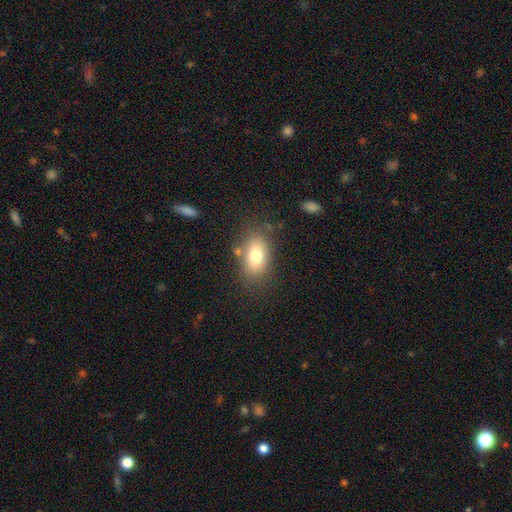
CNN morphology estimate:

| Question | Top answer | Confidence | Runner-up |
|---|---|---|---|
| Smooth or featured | smooth | 77% | featured or disk (14%) |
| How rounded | in between | 87% | round (11%) |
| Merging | none | 75% | minor disturbance (15%) |